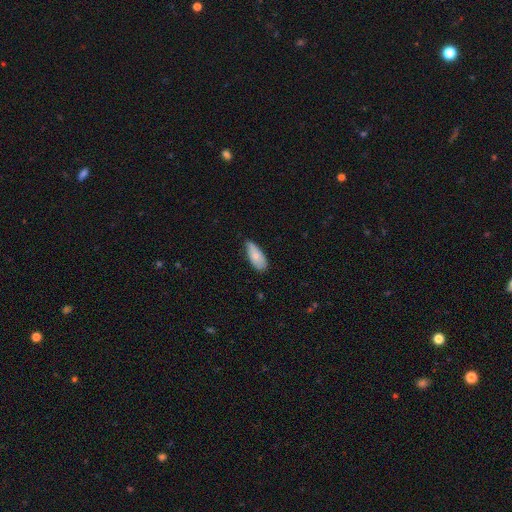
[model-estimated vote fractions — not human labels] smooth-or-featured: smooth: 73% | featured or disk: 21% | star or artifact: 7%
  how-rounded: in between: 87% | cigar-shaped: 11% | round: 2%
  merging: none: 64% | minor disturbance: 31% | major disturbance: 4% | merger: 1%